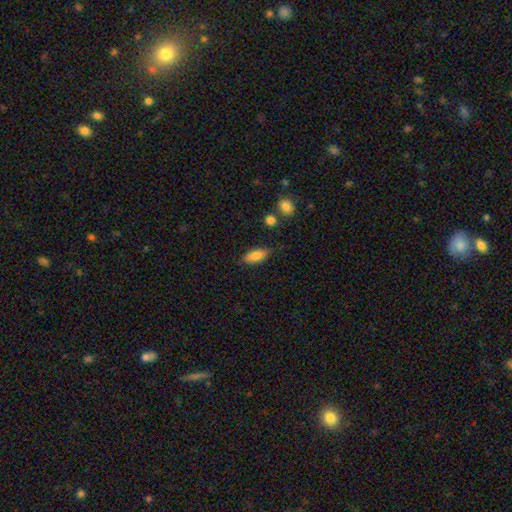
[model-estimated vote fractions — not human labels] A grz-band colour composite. It shows a smooth galaxy with no disk features (83%) that is in between round and cigar-shaped (79%). Merging: none (80%).